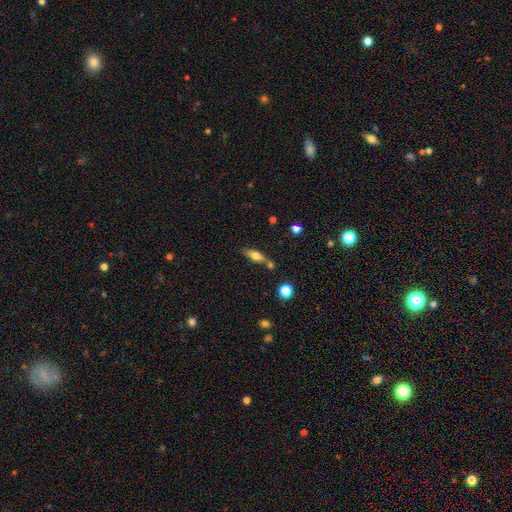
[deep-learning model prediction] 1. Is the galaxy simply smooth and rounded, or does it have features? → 62% smooth, 30% featured or disk, 8% star or artifact.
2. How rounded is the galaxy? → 54% in between, 42% cigar-shaped, 4% round.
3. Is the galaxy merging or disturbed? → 64% none, 16% merger, 16% minor disturbance, 4% major disturbance.